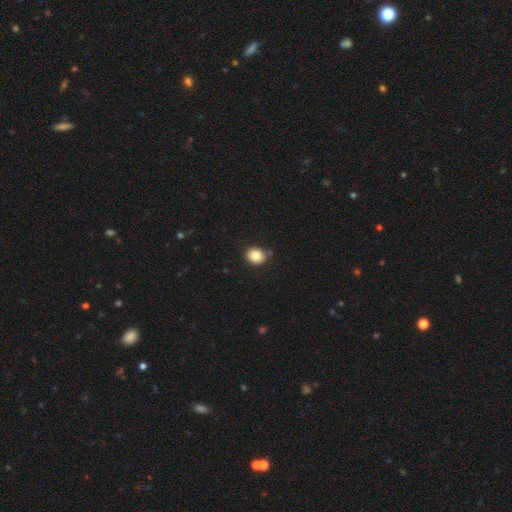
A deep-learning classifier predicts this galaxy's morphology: Smooth or featured?
  - smooth: 83% *
  - star or artifact: 10%
  - featured or disk: 7%
How rounded?
  - round: 75% *
  - in between: 24%
  - cigar-shaped: 1%
Merging?
  - none: 84% *
  - minor disturbance: 10%
  - merger: 4%
  - major disturbance: 2%